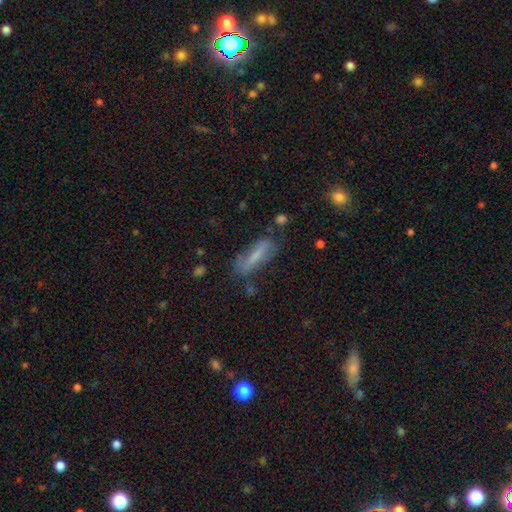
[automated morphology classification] Smooth or featured: smooth — 58% (featured or disk — 33%)
How rounded: cigar-shaped — 61% (in between — 37%)
Merging: none — 65% (minor disturbance — 23%)